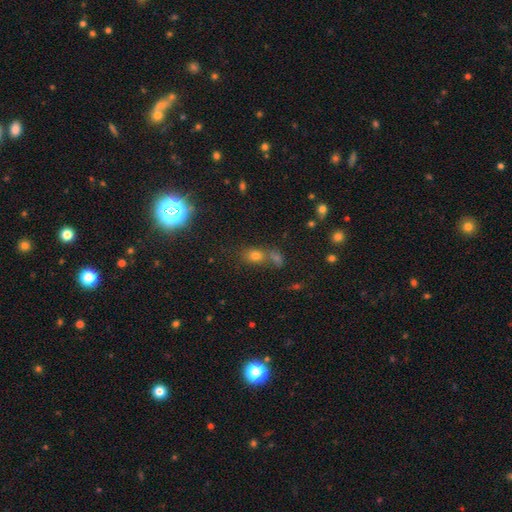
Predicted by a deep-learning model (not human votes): Smooth or featured? smooth (60%)
How rounded? in between (54%)
Merging? none (50%)